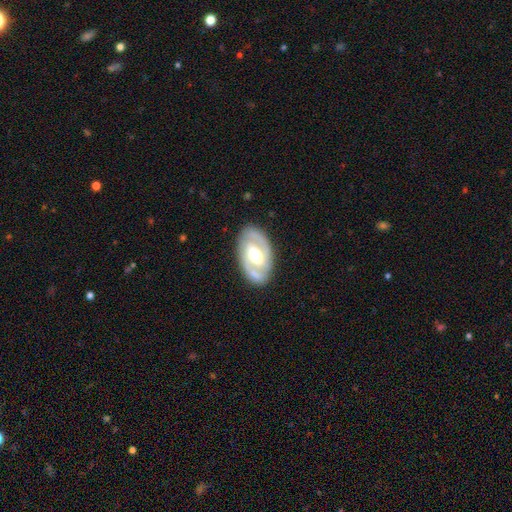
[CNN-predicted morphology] Q: Smooth or featured?
A: featured or disk (80%); runner-up: smooth (16%)
Q: Edge-on disk?
A: no (95%); runner-up: yes (5%)
Q: Bar?
A: weak (43%); runner-up: strong (32%)
Q: Spiral arms?
A: yes (80%); runner-up: no (20%)
Q: Spiral winding?
A: medium (46%); runner-up: tight (41%)
Q: Spiral arm count?
A: 2 (86%); runner-up: can't tell (8%)
Q: Bulge size?
A: moderate (69%); runner-up: large (19%)
Q: Merging?
A: none (83%); runner-up: minor disturbance (12%)